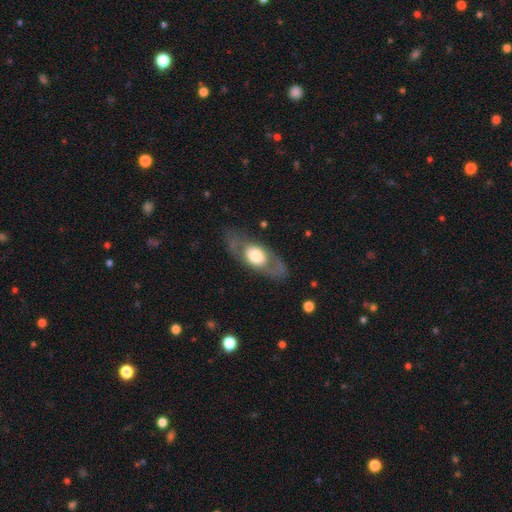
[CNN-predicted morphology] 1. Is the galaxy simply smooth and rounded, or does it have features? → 56% featured or disk, 39% smooth, 5% star or artifact.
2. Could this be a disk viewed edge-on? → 78% no, 22% yes.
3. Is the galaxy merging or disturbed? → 76% none, 13% minor disturbance, 9% major disturbance, 1% merger.